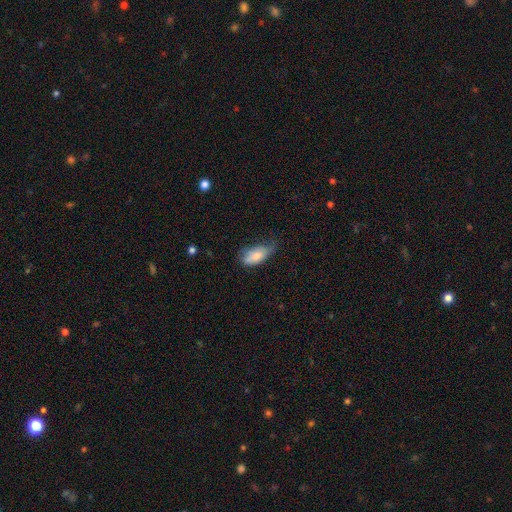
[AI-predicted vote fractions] smooth 78%, featured or disk 16%, star or artifact 6%. Down the decision tree: how rounded — in between (88%); merging — minor disturbance (43%).